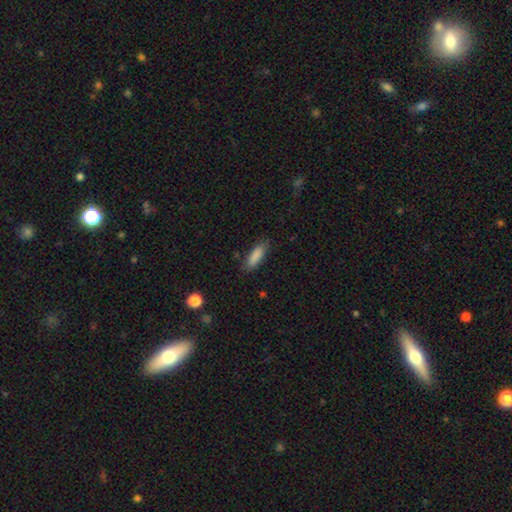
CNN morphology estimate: Q: Smooth or featured?
A: smooth (87%); runner-up: star or artifact (7%)
Q: How rounded?
A: in between (54%); runner-up: cigar-shaped (45%)
Q: Merging?
A: none (81%); runner-up: minor disturbance (15%)